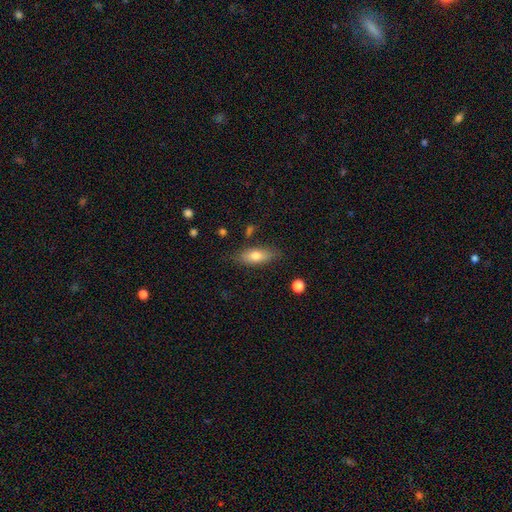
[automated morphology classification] Smooth or featured? Predicted: smooth (p=0.72). How rounded? Predicted: in between (p=0.73). Merging? Predicted: none (p=0.79).